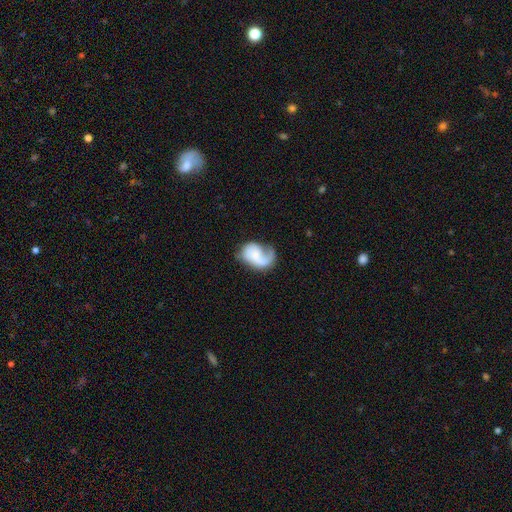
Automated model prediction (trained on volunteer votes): Overall: featured or disk (61%; smooth 32%). Edge-on disk: no (98%). Bar: no (67%). Spiral arms: yes (87%). Spiral arm count: 1 (69%). Spiral winding: loose (49%; medium 32%). Bulge size: none (43%; small 32%). Merging: none (37%; major disturbance 34%).